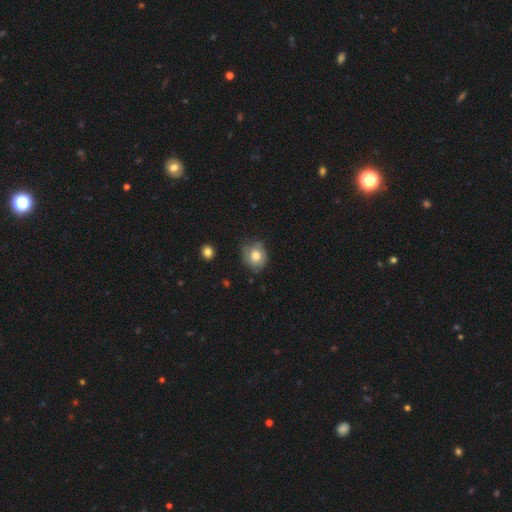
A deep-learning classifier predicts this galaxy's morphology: smooth_or_featured: smooth (p=0.73) [alt: featured or disk p=0.19]
how_rounded: round (p=0.77) [alt: in between p=0.22]
merging: none (p=0.66) [alt: minor disturbance p=0.26]